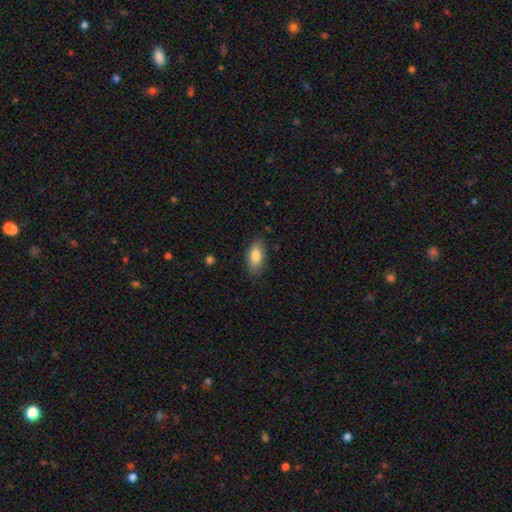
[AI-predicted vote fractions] A smooth galaxy with no disk features (83%) that is in between round and cigar-shaped (89%). Merging: none (82%).